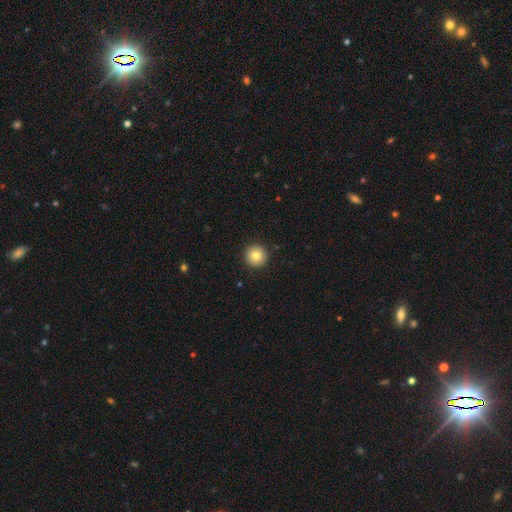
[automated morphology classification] type=smooth (82%); roundness=round (96%); merging=none (93%).